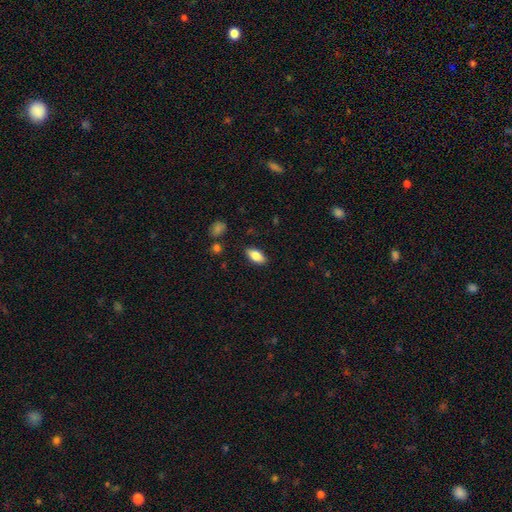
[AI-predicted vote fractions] Smooth or featured? Predicted: smooth (p=0.81). How rounded? Predicted: in between (p=0.88). Merging? Predicted: none (p=0.86).